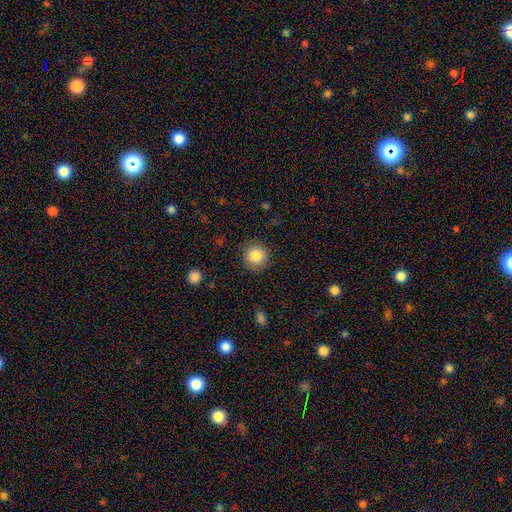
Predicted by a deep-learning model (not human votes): This is clearly a smooth galaxy (85%). How rounded: clearly round (94%). Merging: clearly none (88%).